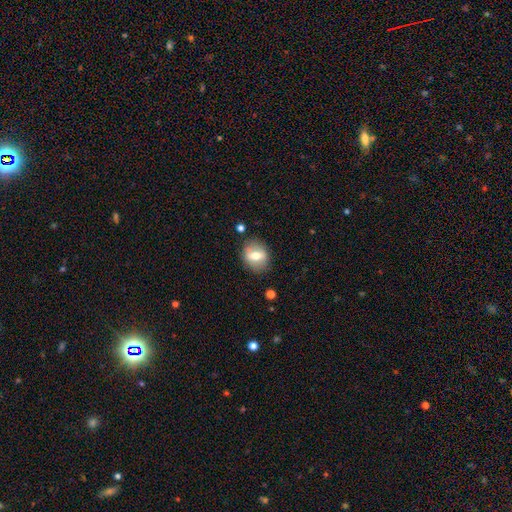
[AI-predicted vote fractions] smooth 54%, featured or disk 38%, star or artifact 8%. Down the decision tree: how rounded — round (50%); merging — none (82%).